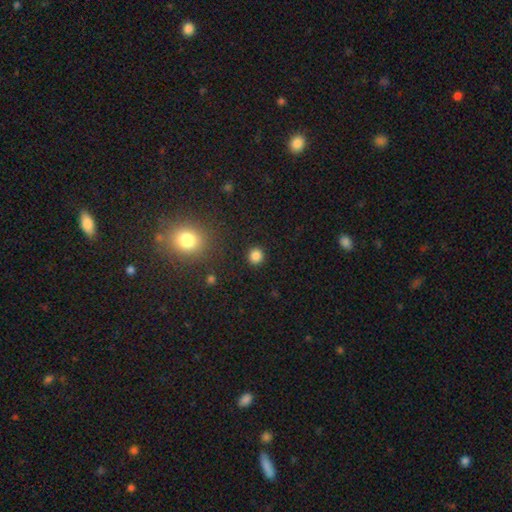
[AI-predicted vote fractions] smooth_or_featured: smooth (p=0.84) [alt: star or artifact p=0.13]
how_rounded: round (p=0.90) [alt: in between p=0.09]
merging: none (p=0.91) [alt: minor disturbance p=0.06]